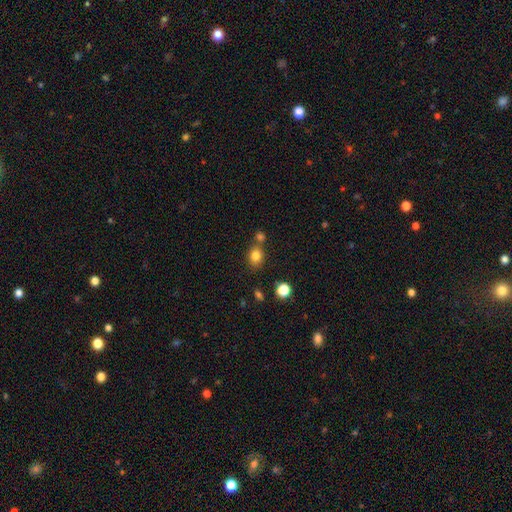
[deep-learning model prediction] Q: Smooth or featured?
A: smooth (81%); runner-up: star or artifact (12%)
Q: How rounded?
A: round (59%); runner-up: in between (40%)
Q: Merging?
A: none (66%); runner-up: merger (19%)